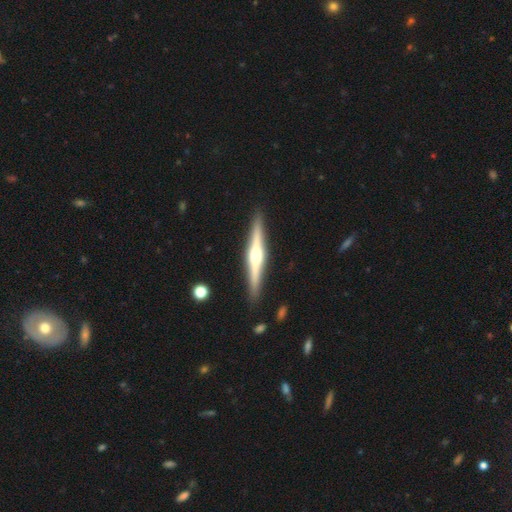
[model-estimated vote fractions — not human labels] Smooth or featured?
  - featured or disk: 75% *
  - smooth: 20%
  - star or artifact: 5%
Edge-on disk?
  - yes: 98% *
  - no: 2%
Edge-on bulge?
  - rounded: 89% *
  - boxy: 6%
  - none: 4%
Merging?
  - none: 90% *
  - minor disturbance: 7%
  - major disturbance: 1%
  - merger: 1%